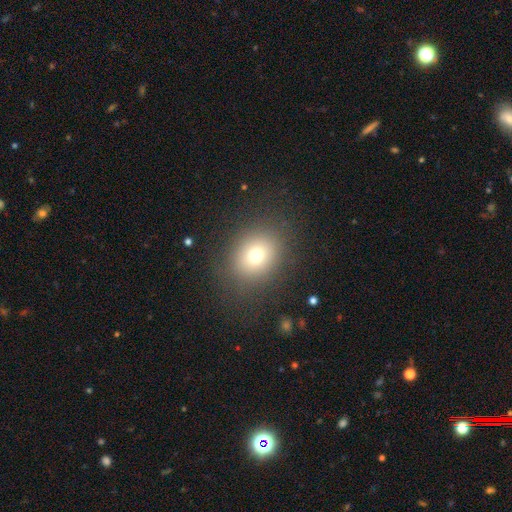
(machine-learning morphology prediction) A smooth galaxy with no disk features (72%) that is round (66%).

Vote fractions:
- Smooth or featured? smooth: 72% / star or artifact: 16% / featured or disk: 12%
- How rounded? round: 66% / in between: 33% / cigar-shaped: 1%
- Merging? none: 84% / minor disturbance: 9% / major disturbance: 6% / merger: 1%